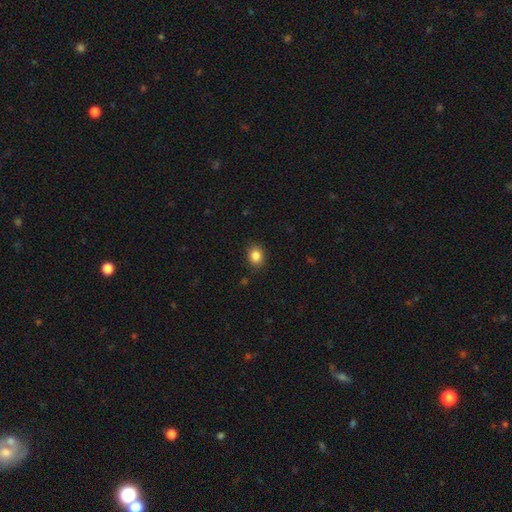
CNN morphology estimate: A smooth galaxy with no disk features (85%) that is round (53%).

Vote fractions:
- Smooth or featured? smooth: 85% / star or artifact: 10% / featured or disk: 5%
- How rounded? round: 53% / in between: 46% / cigar-shaped: 1%
- Merging? none: 88% / minor disturbance: 9% / major disturbance: 2% / merger: 1%